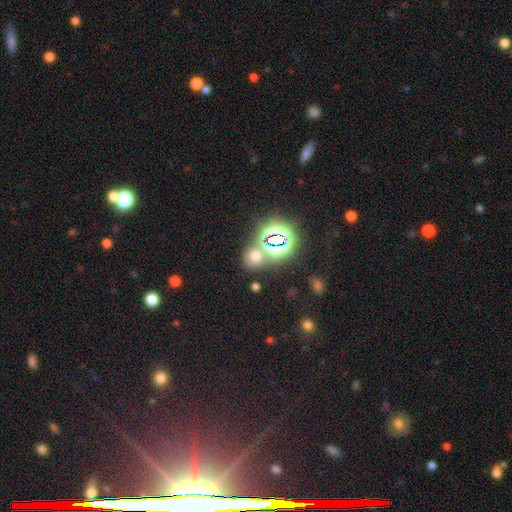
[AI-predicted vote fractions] smooth-or-featured: smooth: 49% | star or artifact: 43% | featured or disk: 8%
  merging: none: 65% | merger: 19% | minor disturbance: 10% | major disturbance: 5%